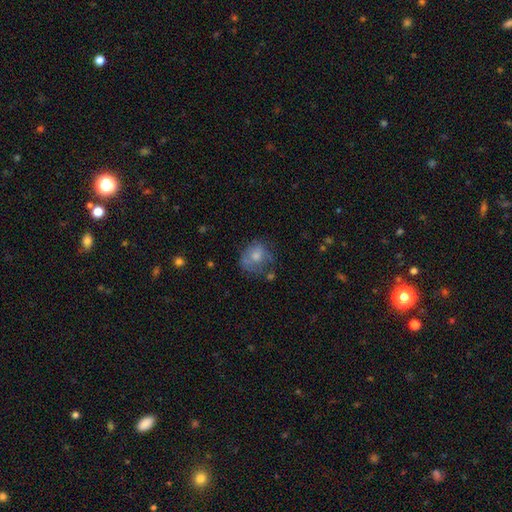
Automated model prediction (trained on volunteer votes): Q: Smooth or featured?
A: smooth (58%); runner-up: featured or disk (32%)
Q: How rounded?
A: round (66%); runner-up: in between (33%)
Q: Merging?
A: none (47%); runner-up: minor disturbance (27%)